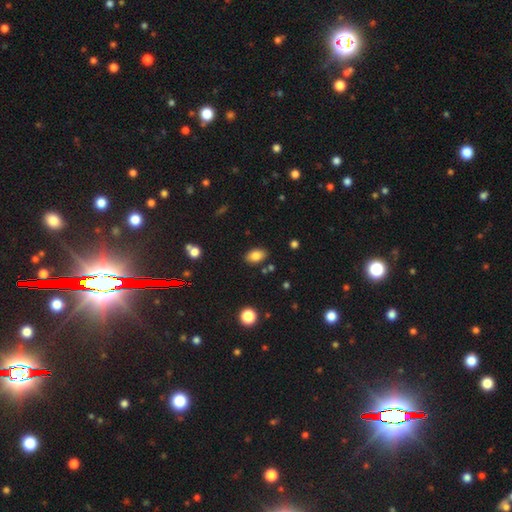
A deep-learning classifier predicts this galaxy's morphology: Smooth or featured? smooth (84%)
How rounded? in between (89%)
Merging? none (84%)